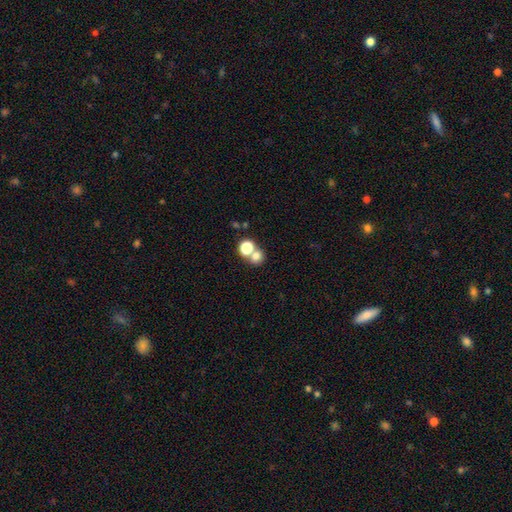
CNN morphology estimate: Overall: smooth (74%). How rounded: round (76%). Merging: none (46%; merger 45%).